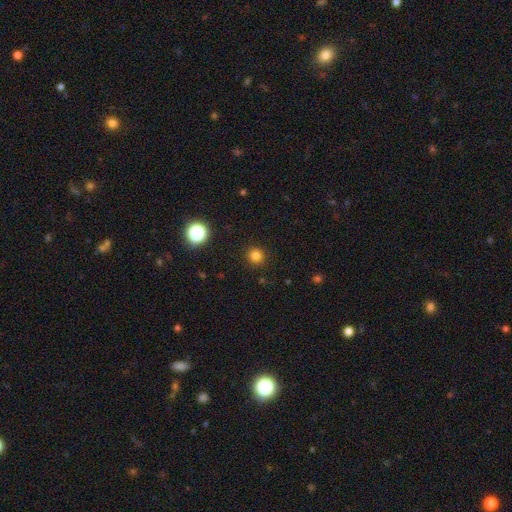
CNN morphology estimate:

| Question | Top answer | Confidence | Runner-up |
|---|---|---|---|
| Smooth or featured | smooth | 81% | star or artifact (15%) |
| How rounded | round | 94% | in between (5%) |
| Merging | none | 91% | minor disturbance (6%) |